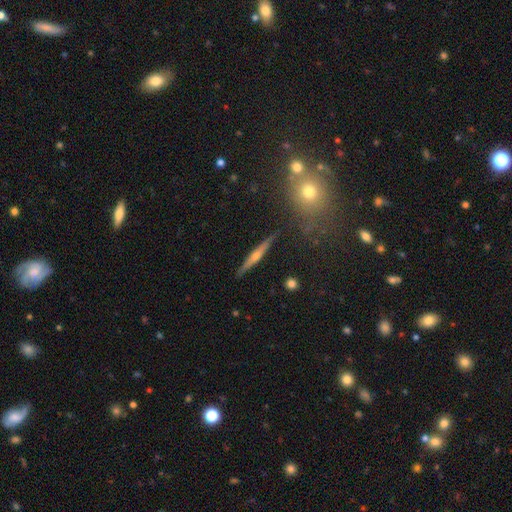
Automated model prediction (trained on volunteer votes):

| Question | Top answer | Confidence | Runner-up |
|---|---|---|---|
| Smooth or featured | featured or disk | 63% | smooth (29%) |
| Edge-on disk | yes | 96% | no (4%) |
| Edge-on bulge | rounded | 76% | none (18%) |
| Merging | none | 89% | minor disturbance (8%) |